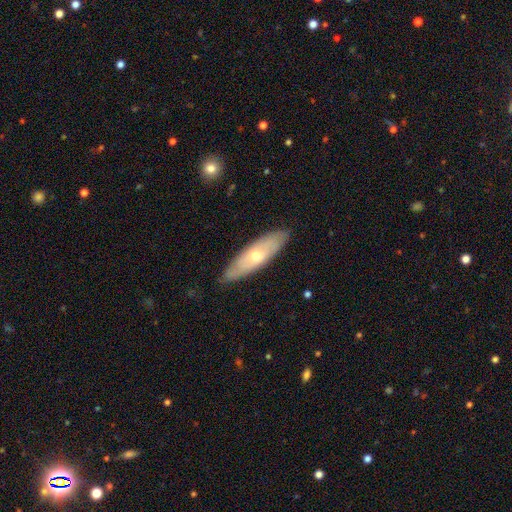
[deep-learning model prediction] Overall: featured or disk (49%; smooth 45%). Merging: none (83%).